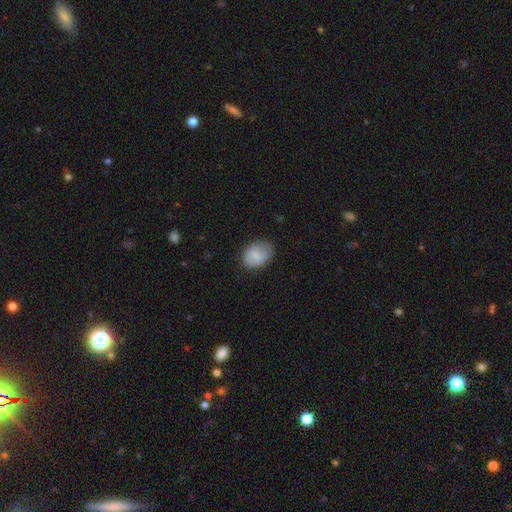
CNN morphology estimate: type=smooth (79%); roundness=in between (76%); merging=none (73%).